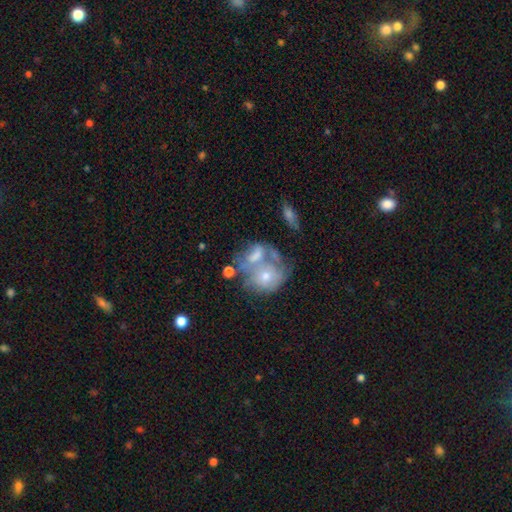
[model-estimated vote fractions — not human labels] A featured or disk galaxy (48%).

Vote fractions:
- Smooth or featured? featured or disk: 48% / smooth: 41% / star or artifact: 10%
- Merging? merger: 58% / none: 17% / major disturbance: 15% / minor disturbance: 10%